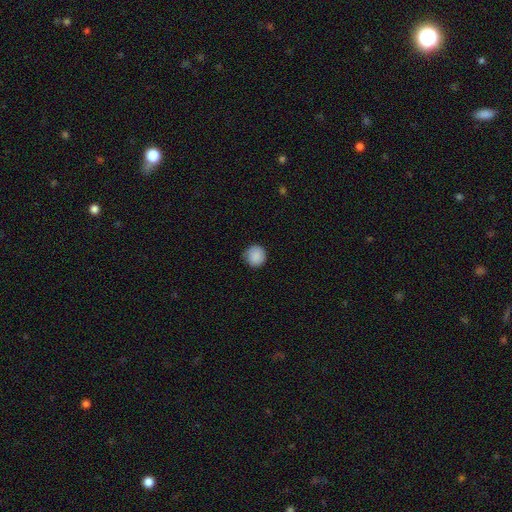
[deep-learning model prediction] This is clearly a smooth galaxy (89%). How rounded: clearly round (93%). Merging: clearly none (85%).